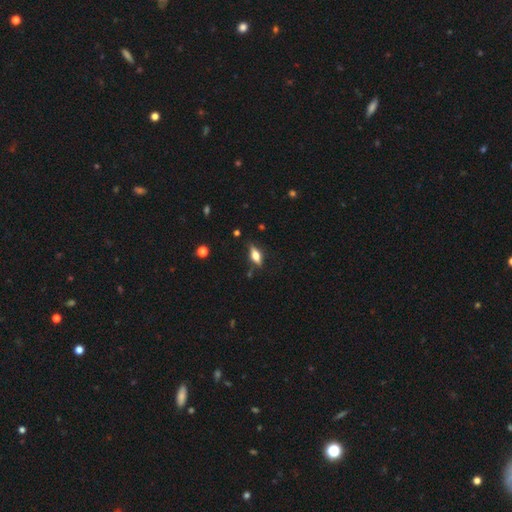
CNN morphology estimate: smooth-or-featured: smooth: 51% | featured or disk: 40% | star or artifact: 9%
  how-rounded: in between: 69% | cigar-shaped: 27% | round: 4%
  merging: none: 77% | minor disturbance: 16% | major disturbance: 4% | merger: 2%